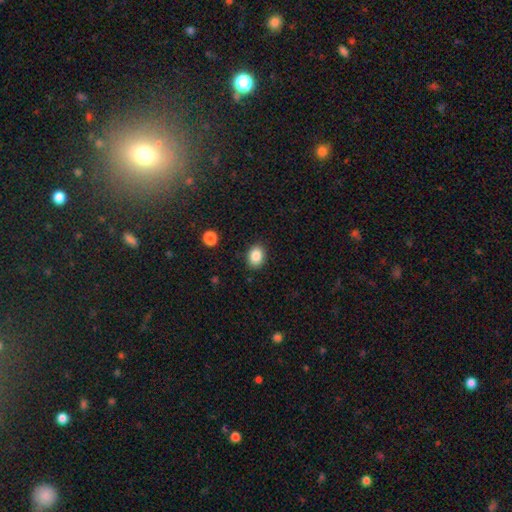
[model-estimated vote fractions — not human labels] Smooth or featured?
  - smooth: 87% *
  - star or artifact: 9%
  - featured or disk: 4%
How rounded?
  - in between: 57% *
  - round: 42%
  - cigar-shaped: 1%
Merging?
  - none: 87% *
  - minor disturbance: 9%
  - major disturbance: 2%
  - merger: 1%